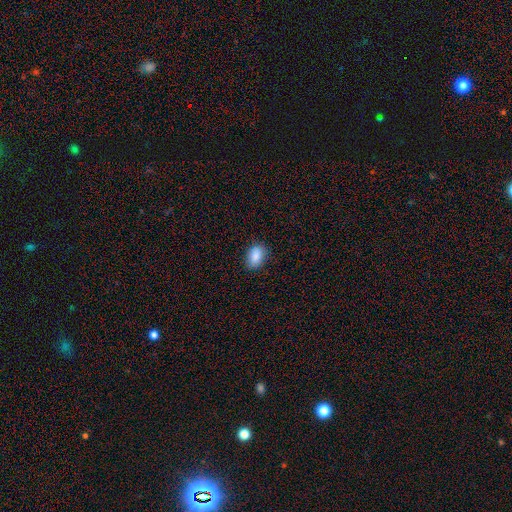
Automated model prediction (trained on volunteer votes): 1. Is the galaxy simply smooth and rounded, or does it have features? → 87% smooth, 8% star or artifact, 5% featured or disk.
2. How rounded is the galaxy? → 86% in between, 13% round, 2% cigar-shaped.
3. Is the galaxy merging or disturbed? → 82% none, 14% minor disturbance, 3% major disturbance, 1% merger.